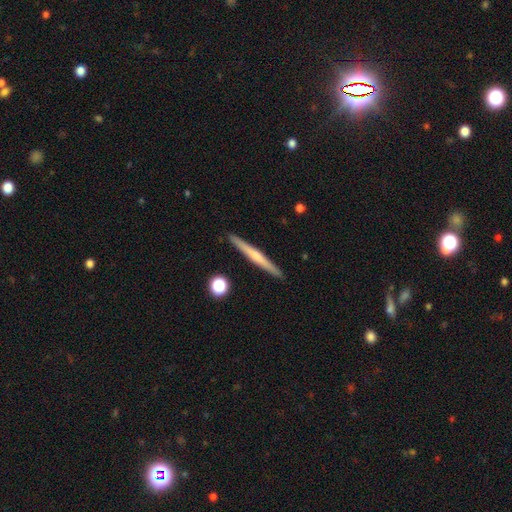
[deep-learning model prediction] featured or disk 53%, smooth 40%, star or artifact 6%. Down the decision tree: edge-on disk — yes (98%); edge-on bulge — rounded (50%); merging — none (92%).